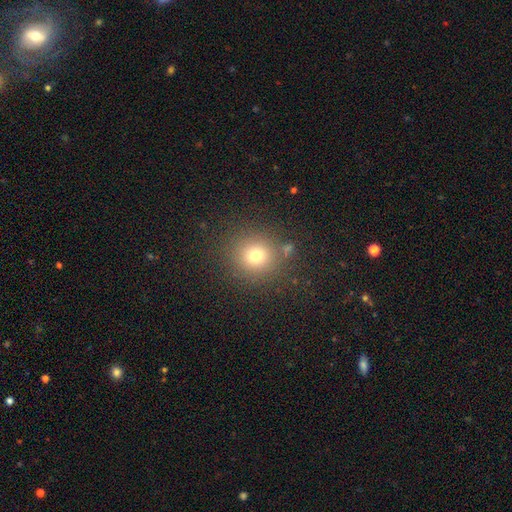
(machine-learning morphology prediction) Q: Smooth or featured?
A: smooth (74%); runner-up: star or artifact (17%)
Q: How rounded?
A: round (91%); runner-up: in between (9%)
Q: Merging?
A: none (84%); runner-up: minor disturbance (9%)